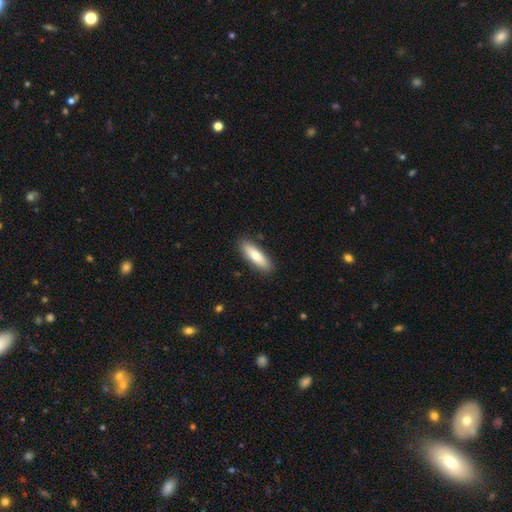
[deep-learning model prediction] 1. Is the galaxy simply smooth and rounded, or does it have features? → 75% smooth, 20% featured or disk, 6% star or artifact.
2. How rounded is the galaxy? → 52% cigar-shaped, 46% in between, 2% round.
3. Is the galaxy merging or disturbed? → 88% none, 9% minor disturbance, 2% major disturbance, 1% merger.